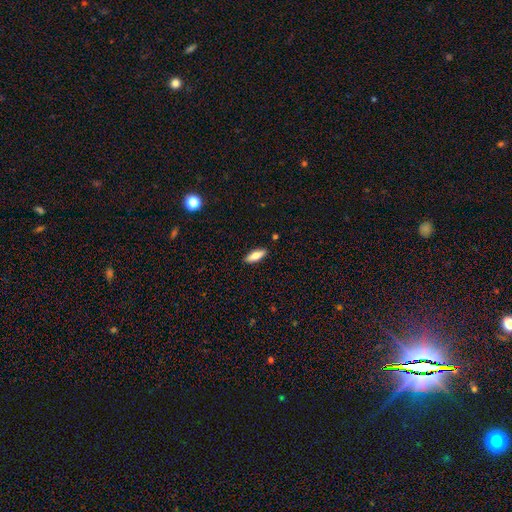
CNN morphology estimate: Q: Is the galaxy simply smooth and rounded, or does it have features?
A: smooth — 77%.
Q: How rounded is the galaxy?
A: in between — 67%.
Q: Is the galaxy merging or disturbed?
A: none — 89%.